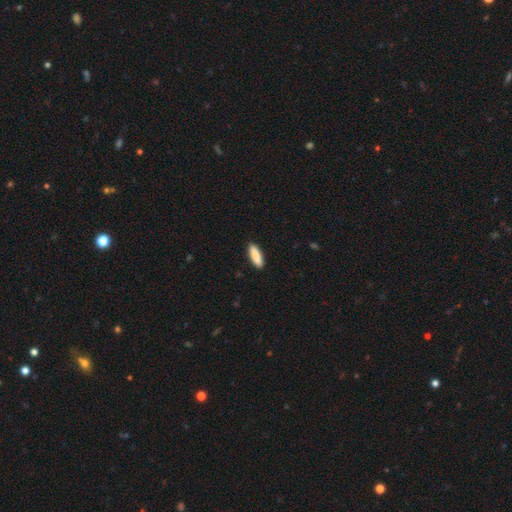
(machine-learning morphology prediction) smooth_or_featured: smooth (p=0.89) [alt: featured or disk p=0.06]
how_rounded: cigar-shaped (p=0.55) [alt: in between p=0.44]
merging: none (p=0.91) [alt: minor disturbance p=0.07]